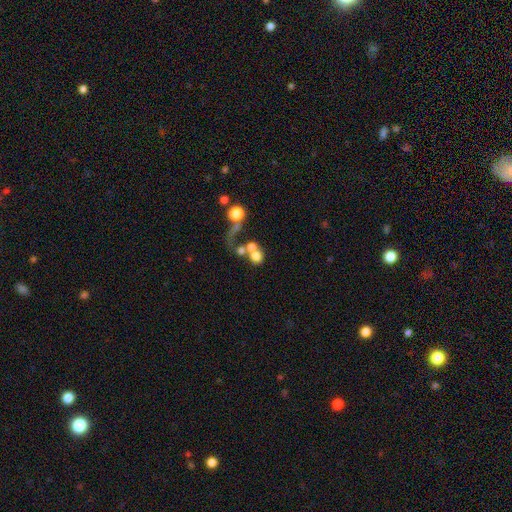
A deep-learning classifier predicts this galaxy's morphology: The model was most divided on "merging": merger: 52%, none: 28%, major disturbance: 13%, minor disturbance: 7%. More confident: how rounded — round (79%); smooth or featured — smooth (63%).